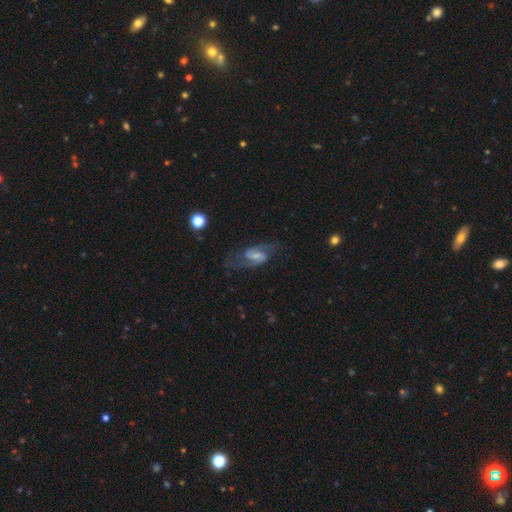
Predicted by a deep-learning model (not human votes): featured or disk 81%, smooth 11%, star or artifact 8%. Down the decision tree: edge-on disk — no (95%); bar — weak (53%); spiral arms — yes (94%); spiral arm count — 2 (90%); spiral winding — medium (51%); bulge size — small (48%); merging — none (73%).